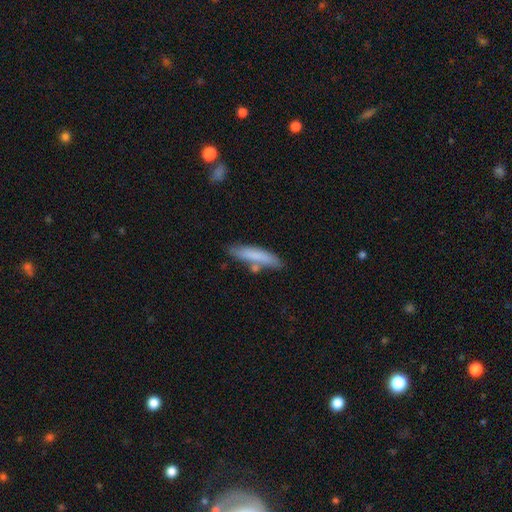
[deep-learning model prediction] Smooth or featured? smooth (75%)
How rounded? cigar-shaped (82%)
Merging? none (69%)